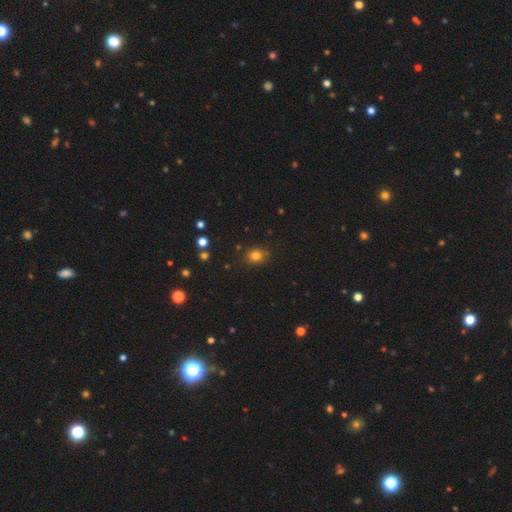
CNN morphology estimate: This is likely a smooth galaxy (79%). How rounded: likely round (63%). Merging: clearly none (84%).